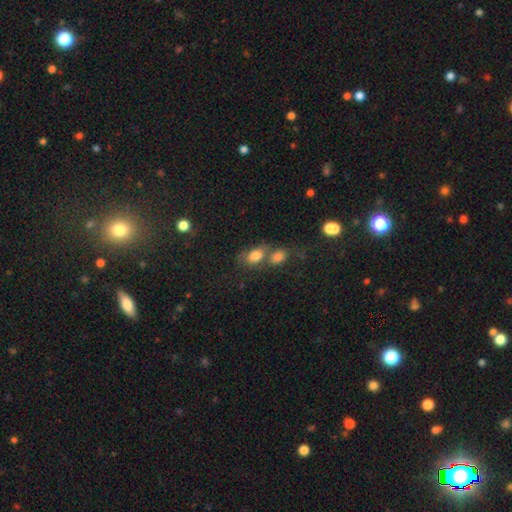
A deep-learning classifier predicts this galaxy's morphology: Smooth or featured? Predicted: smooth (p=0.79). How rounded? Predicted: in between (p=0.82). Merging? Predicted: merger (p=0.49).